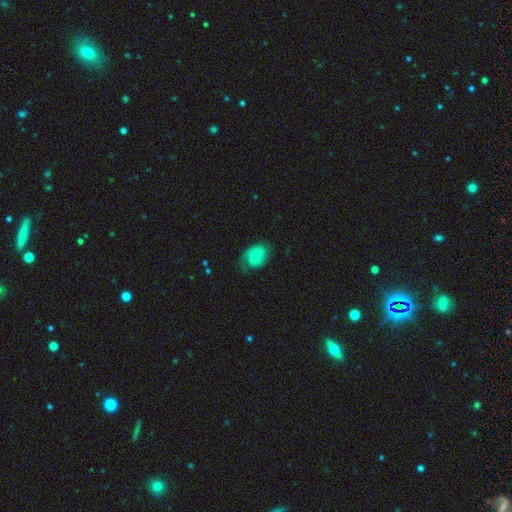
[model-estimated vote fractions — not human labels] smooth-or-featured: smooth: 63% | featured or disk: 29% | star or artifact: 8%
  how-rounded: in between: 67% | round: 31% | cigar-shaped: 1%
  merging: none: 48% | minor disturbance: 32% | major disturbance: 18% | merger: 1%